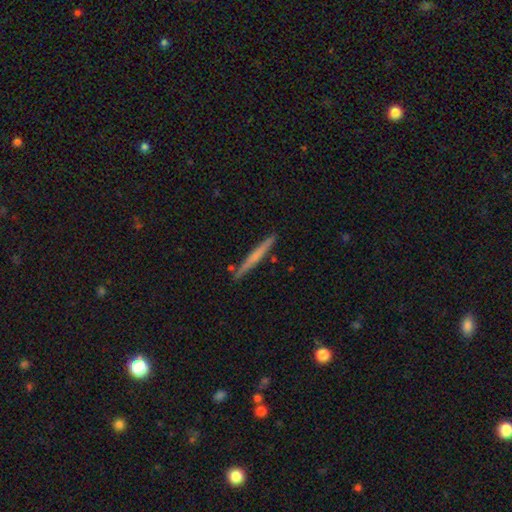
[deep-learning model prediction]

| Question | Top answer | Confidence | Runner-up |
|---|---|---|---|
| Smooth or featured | smooth | 49% | featured or disk (46%) |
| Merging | none | 88% | minor disturbance (8%) |